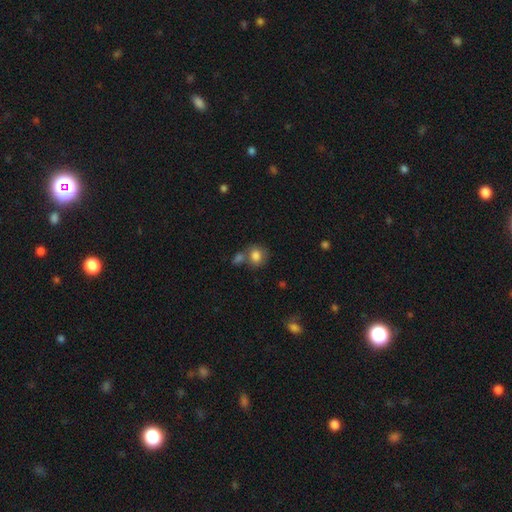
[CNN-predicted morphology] smooth 81%, featured or disk 11%, star or artifact 9%. Down the decision tree: how rounded — round (71%); merging — none (52%).